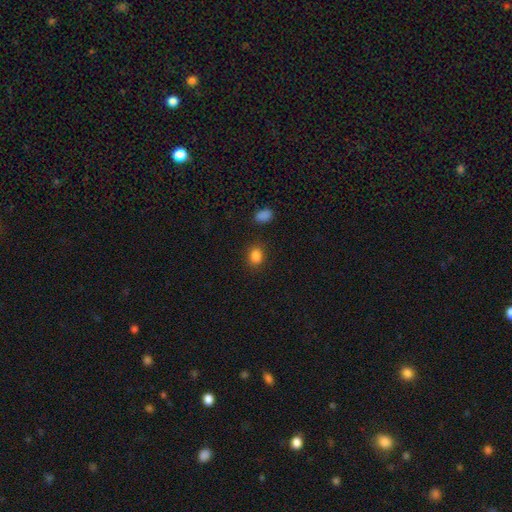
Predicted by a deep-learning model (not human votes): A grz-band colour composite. It shows a smooth galaxy with no disk features (85%) that is in between round and cigar-shaped (54%). Merging: none (84%).